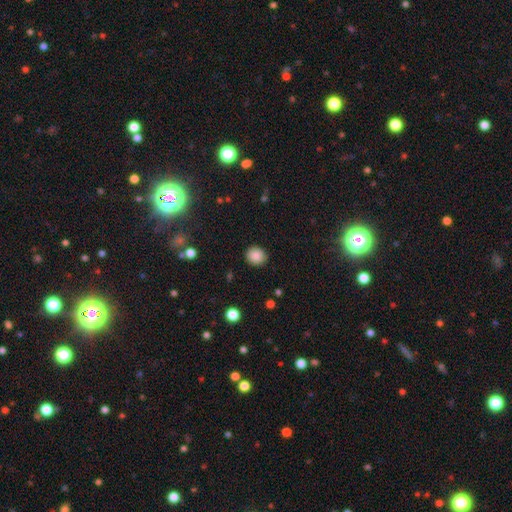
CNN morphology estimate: This is clearly a smooth galaxy (87%). How rounded: clearly round (82%). Merging: clearly none (89%).